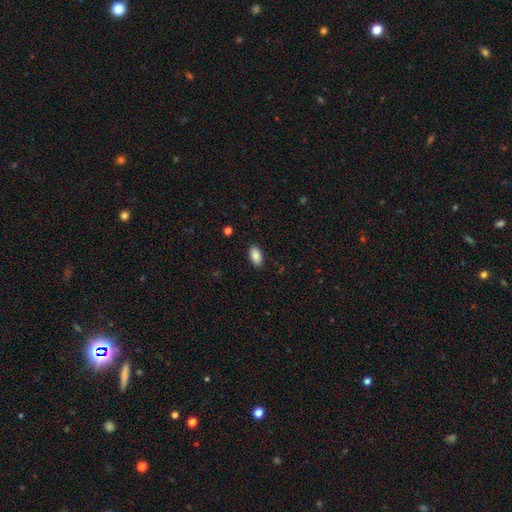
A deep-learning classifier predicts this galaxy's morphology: smooth_or_featured: smooth (p=0.89) [alt: star or artifact p=0.07]
how_rounded: in between (p=0.94) [alt: round p=0.03]
merging: none (p=0.89) [alt: minor disturbance p=0.08]